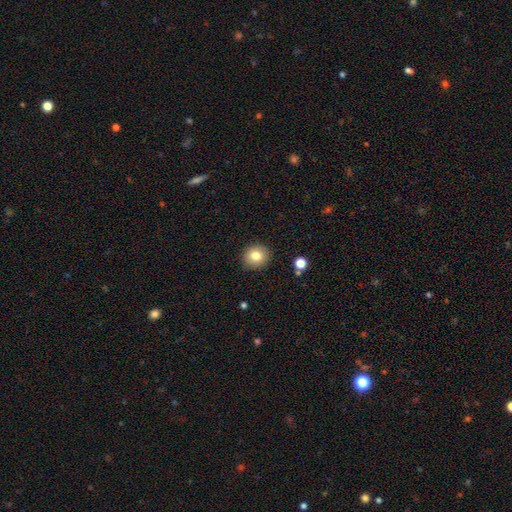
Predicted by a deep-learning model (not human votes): smooth_or_featured: smooth (p=0.81) [alt: star or artifact p=0.10]
how_rounded: round (p=0.86) [alt: in between p=0.13]
merging: none (p=0.89) [alt: minor disturbance p=0.07]